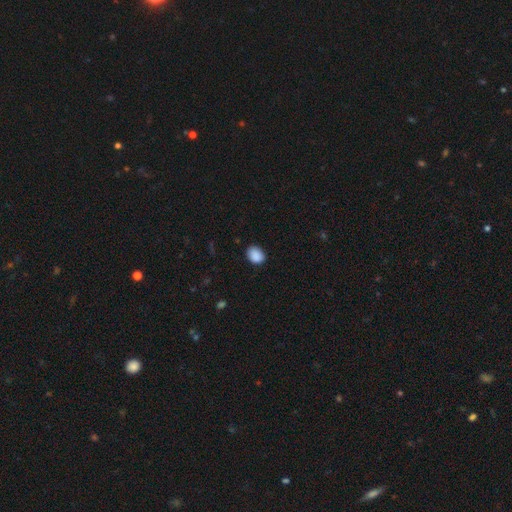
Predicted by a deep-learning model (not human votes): Smooth or featured? smooth (90%)
How rounded? in between (64%)
Merging? none (84%)